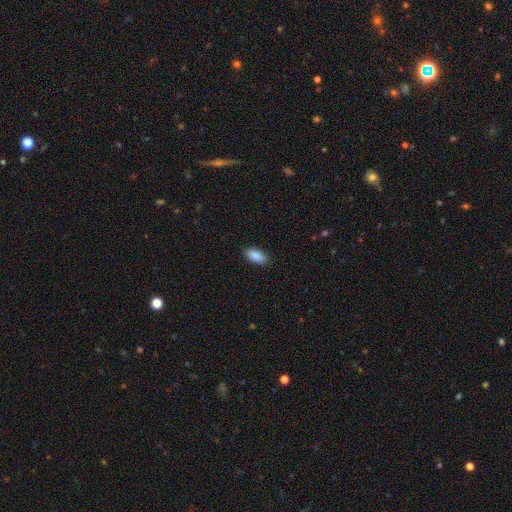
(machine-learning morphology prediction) Smooth or featured? smooth (89%)
How rounded? in between (91%)
Merging? none (88%)